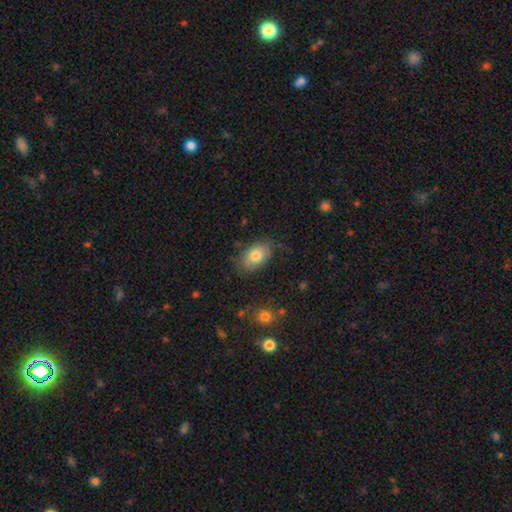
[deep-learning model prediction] smooth 77%, featured or disk 15%, star or artifact 8%. Down the decision tree: how rounded — in between (89%); merging — none (71%).